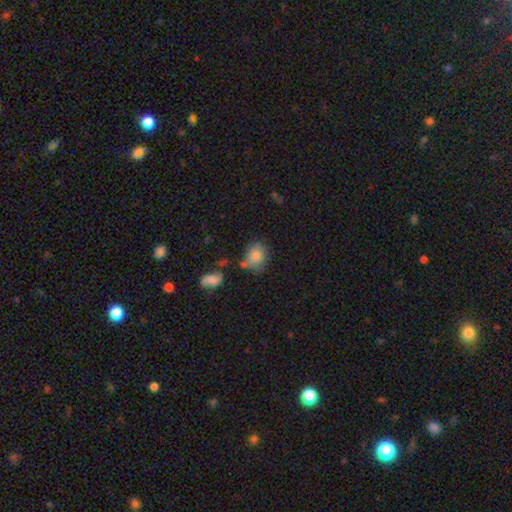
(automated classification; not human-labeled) This is likely a smooth galaxy (80%). How rounded: possibly in between (52%). Merging: possibly none (56%).